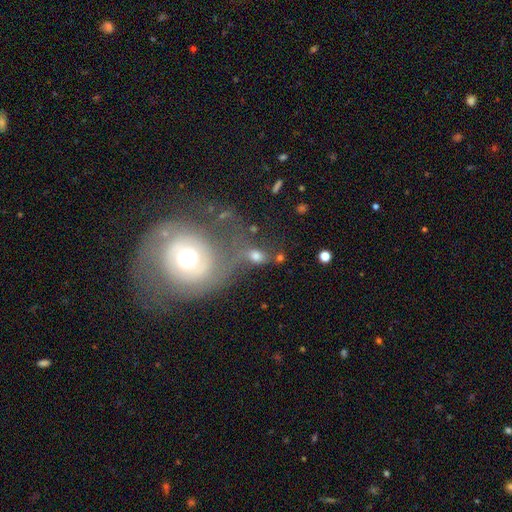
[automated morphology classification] Q: Smooth or featured?
A: smooth (55%); runner-up: featured or disk (26%)
Q: How rounded?
A: in between (54%); runner-up: round (42%)
Q: Merging?
A: none (40%); runner-up: merger (26%)